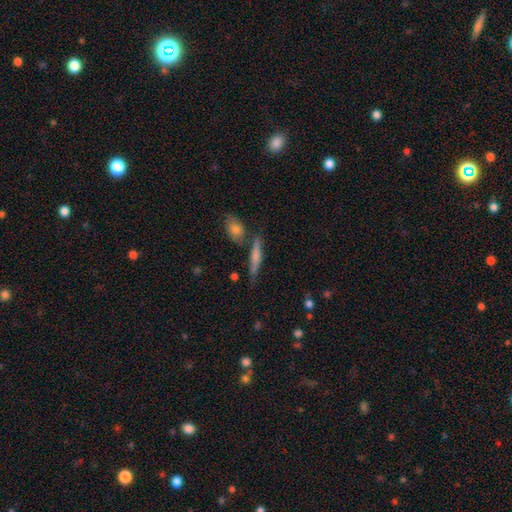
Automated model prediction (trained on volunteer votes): This is possibly a smooth galaxy (54%). How rounded: clearly cigar-shaped (82%). Merging: likely none (72%).